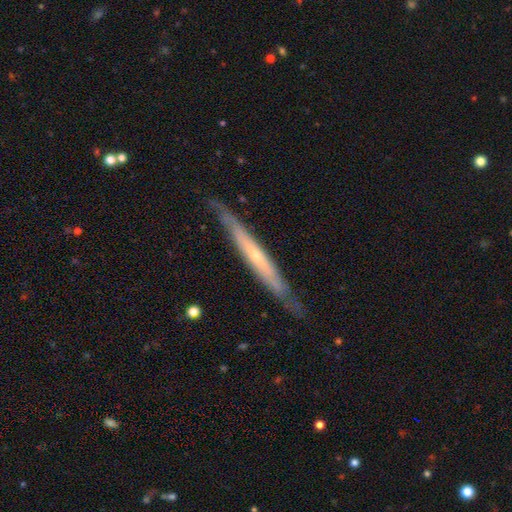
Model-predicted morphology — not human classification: Smooth or featured? Predicted: featured or disk (p=0.70). Edge-on disk? Predicted: yes (p=0.85). Edge-on bulge? Predicted: none (p=0.48, tied with rounded). Merging? Predicted: none (p=0.79).